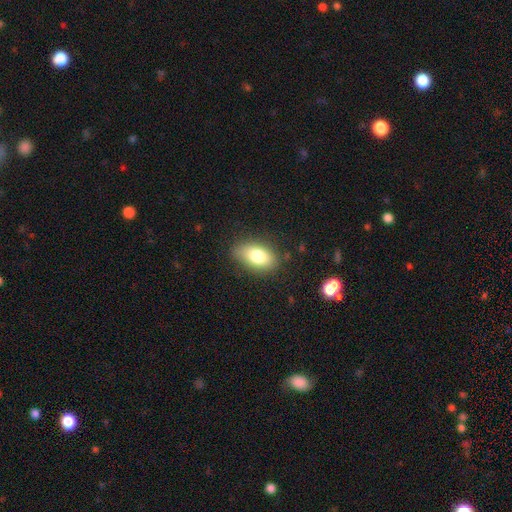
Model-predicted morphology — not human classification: Smooth or featured? smooth (78%)
How rounded? in between (89%)
Merging? none (83%)